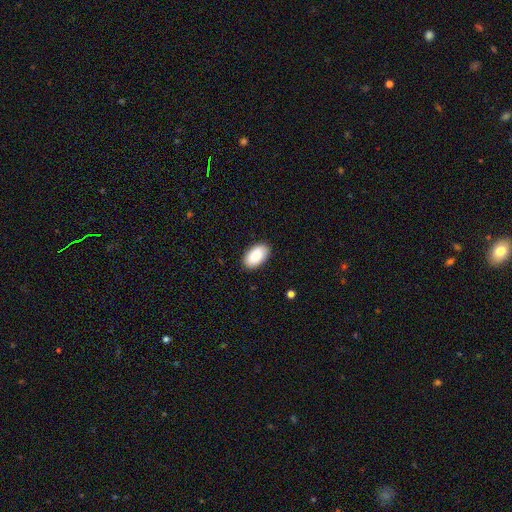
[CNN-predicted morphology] Smooth or featured? Predicted: smooth (p=0.86). How rounded? Predicted: in between (p=0.95). Merging? Predicted: none (p=0.89).